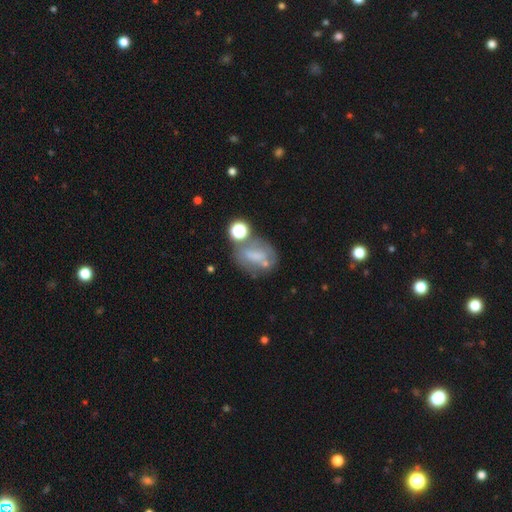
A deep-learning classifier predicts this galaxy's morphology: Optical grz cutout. It shows a smooth galaxy with no disk features (46%). Merging: none (41%).